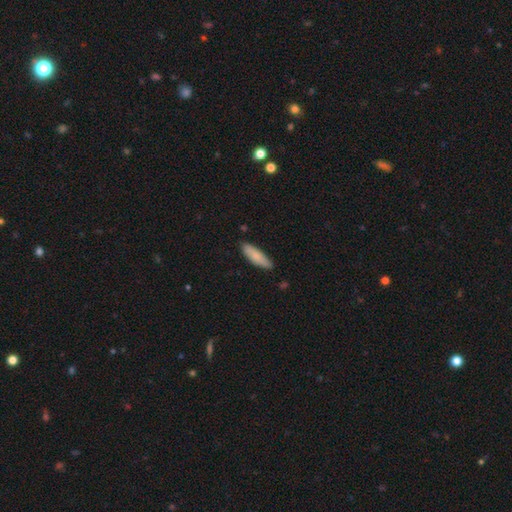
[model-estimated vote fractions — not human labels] smooth_or_featured: smooth (p=0.82) [alt: featured or disk p=0.12]
how_rounded: cigar-shaped (p=0.54) [alt: in between p=0.44]
merging: none (p=0.83) [alt: minor disturbance p=0.14]